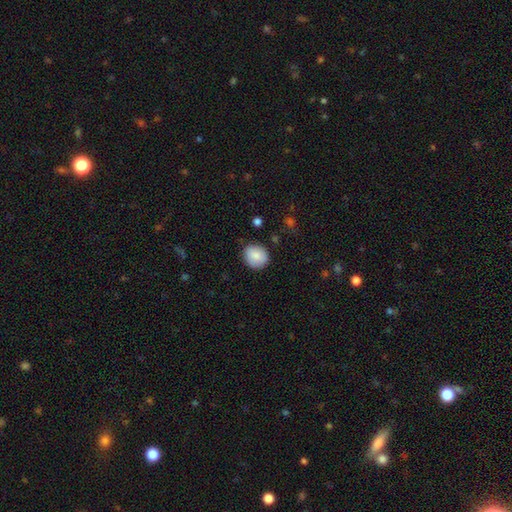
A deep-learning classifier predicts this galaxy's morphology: This is clearly a smooth galaxy (85%). How rounded: likely round (78%). Merging: clearly none (84%).